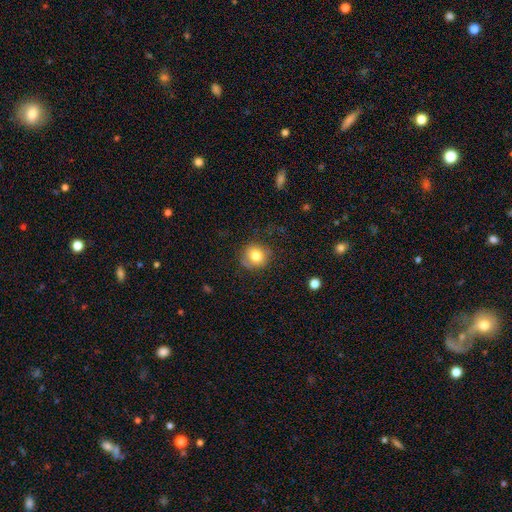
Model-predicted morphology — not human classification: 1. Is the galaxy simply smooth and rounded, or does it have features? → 79% smooth, 11% featured or disk, 10% star or artifact.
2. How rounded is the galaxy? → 85% round, 15% in between, 1% cigar-shaped.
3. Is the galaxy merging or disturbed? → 73% none, 19% minor disturbance, 6% major disturbance, 2% merger.